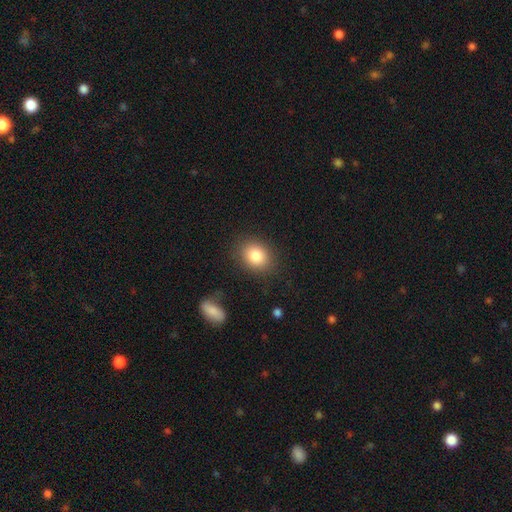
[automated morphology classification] Smooth or featured? smooth (83%)
How rounded? round (52%)
Merging? none (84%)